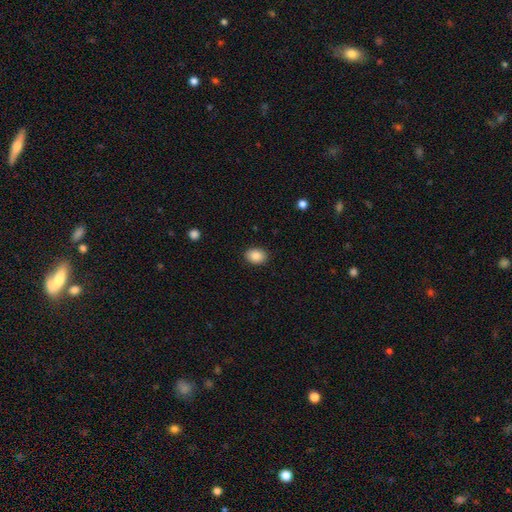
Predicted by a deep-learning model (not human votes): Smooth or featured: smooth — 87% (star or artifact — 8%)
How rounded: in between — 72% (round — 27%)
Merging: none — 89% (minor disturbance — 8%)